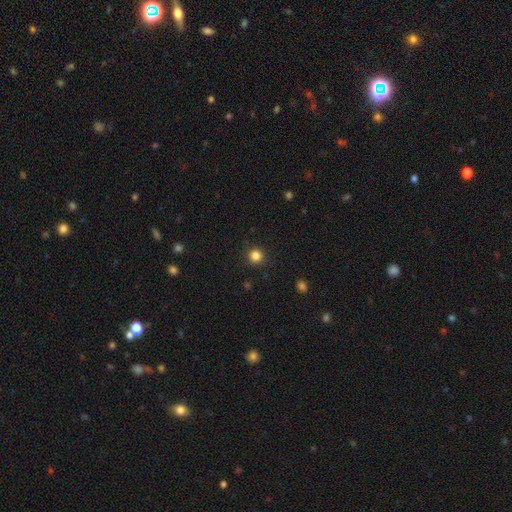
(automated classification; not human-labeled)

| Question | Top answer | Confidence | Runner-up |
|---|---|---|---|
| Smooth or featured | smooth | 84% | star or artifact (13%) |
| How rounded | round | 94% | in between (5%) |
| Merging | none | 91% | minor disturbance (6%) |